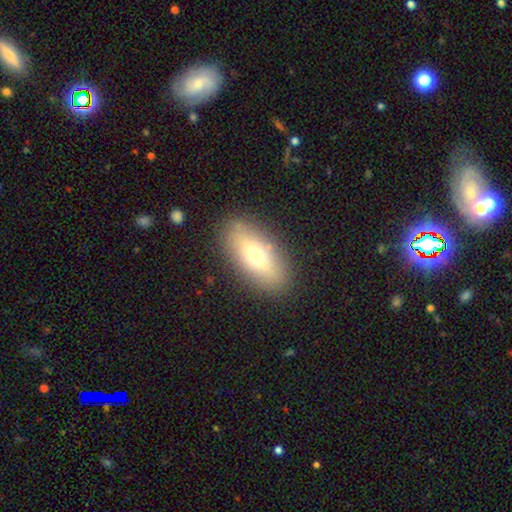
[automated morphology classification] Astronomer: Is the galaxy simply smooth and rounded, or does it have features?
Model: smooth — 60%.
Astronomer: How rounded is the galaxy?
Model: in between — 78%.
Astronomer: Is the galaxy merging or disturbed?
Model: none — 87%.